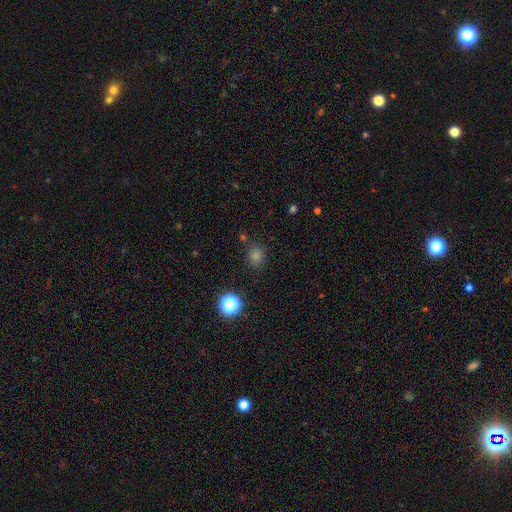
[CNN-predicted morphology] Smooth or featured? Predicted: smooth (p=0.71). How rounded? Predicted: round (p=0.73). Merging? Predicted: none (p=0.83).